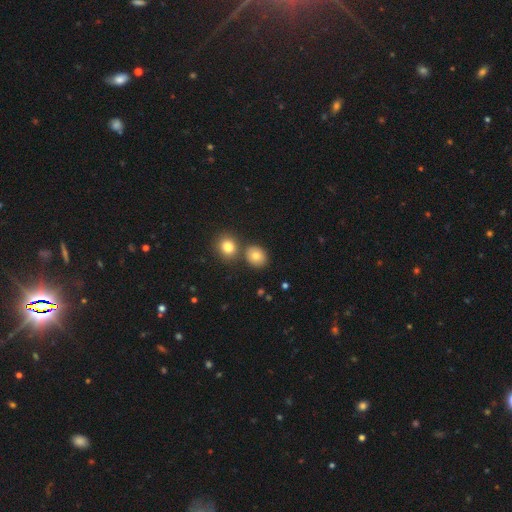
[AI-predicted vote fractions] smooth-or-featured: smooth: 79% | star or artifact: 12% | featured or disk: 9%
  how-rounded: round: 65% | in between: 34% | cigar-shaped: 1%
  merging: none: 71% | merger: 16% | minor disturbance: 10% | major disturbance: 3%